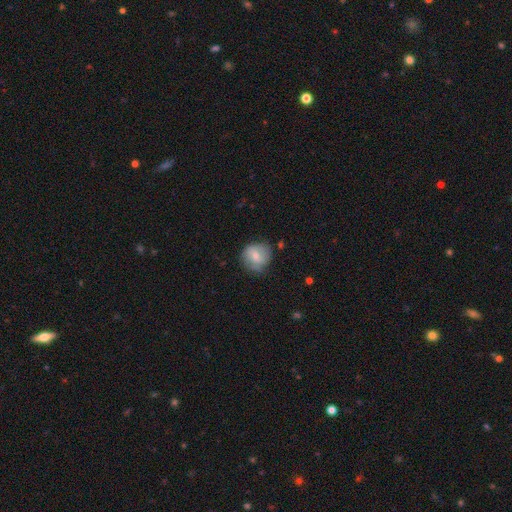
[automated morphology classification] Smooth or featured? smooth (57%)
How rounded? round (80%)
Merging? none (62%)